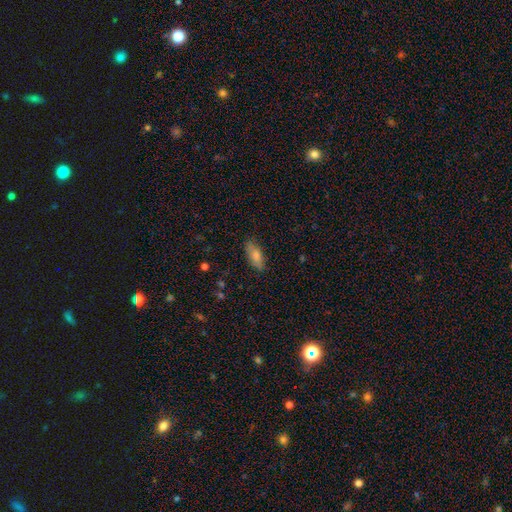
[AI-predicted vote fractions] smooth 76%, featured or disk 17%, star or artifact 7%. Down the decision tree: how rounded — in between (72%); merging — none (82%).